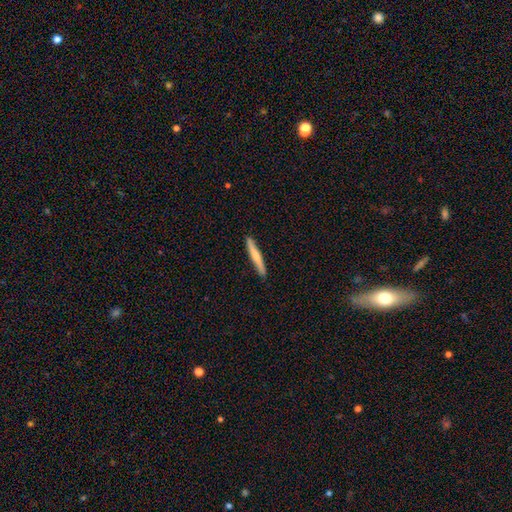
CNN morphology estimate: Smooth or featured? smooth (62%)
How rounded? cigar-shaped (96%)
Merging? none (89%)